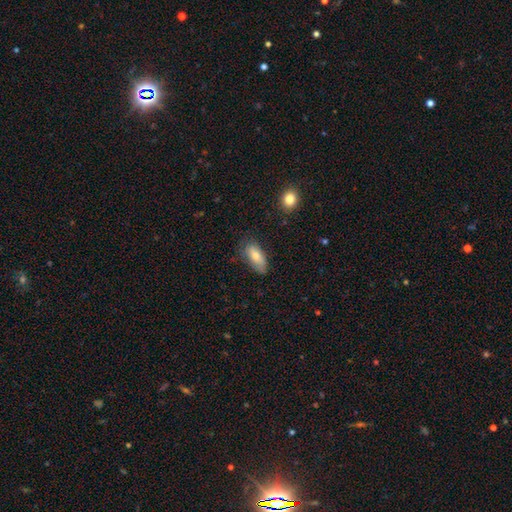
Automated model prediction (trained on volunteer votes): Q: Smooth or featured?
A: smooth (75%); runner-up: featured or disk (17%)
Q: How rounded?
A: in between (85%); runner-up: cigar-shaped (11%)
Q: Merging?
A: none (62%); runner-up: minor disturbance (29%)